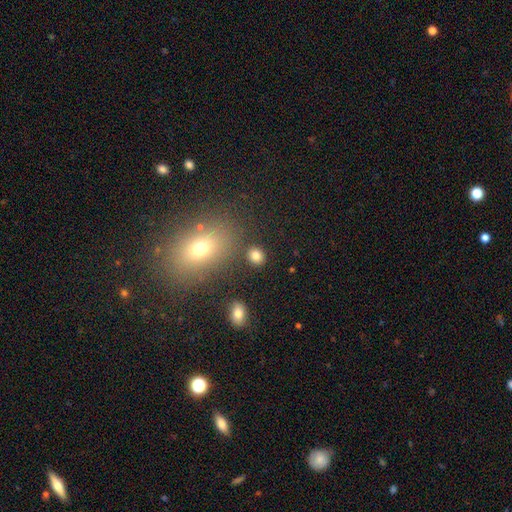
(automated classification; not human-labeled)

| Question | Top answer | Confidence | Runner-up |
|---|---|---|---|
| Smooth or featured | smooth | 82% | star or artifact (12%) |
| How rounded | round | 70% | in between (28%) |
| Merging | none | 83% | minor disturbance (8%) |